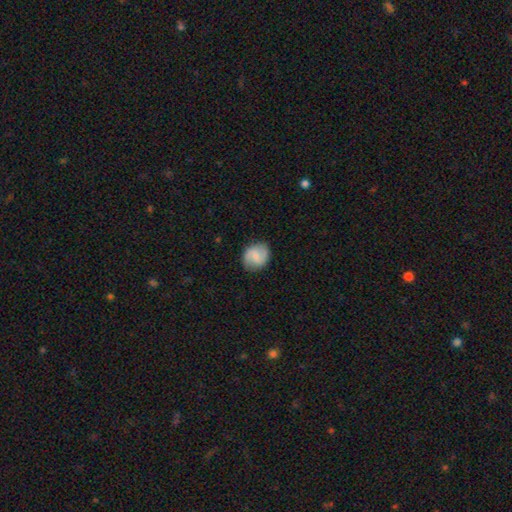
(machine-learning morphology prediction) A featured or disk galaxy (48%). Merging: none (83%).